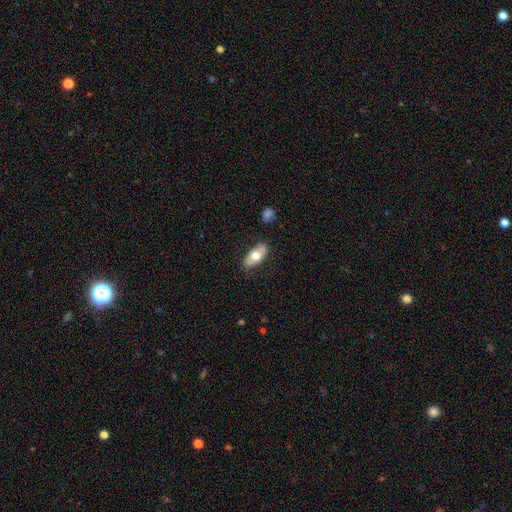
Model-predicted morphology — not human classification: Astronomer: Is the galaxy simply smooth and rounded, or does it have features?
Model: smooth — 66%.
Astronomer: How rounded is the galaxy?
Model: in between — 89%.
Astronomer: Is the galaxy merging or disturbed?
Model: none — 82%.